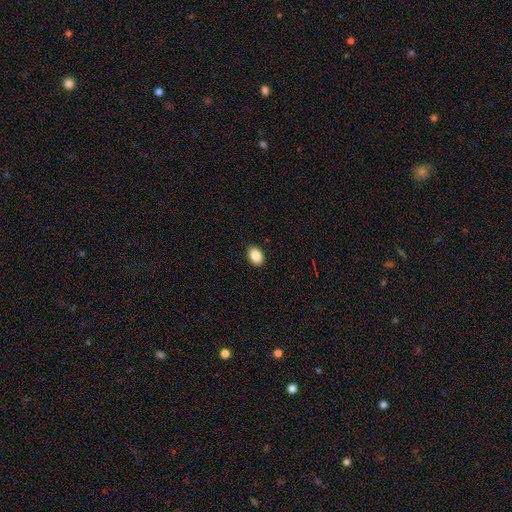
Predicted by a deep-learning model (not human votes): A smooth galaxy with no disk features (87%) that is in between round and cigar-shaped (84%). Merging: none (90%).